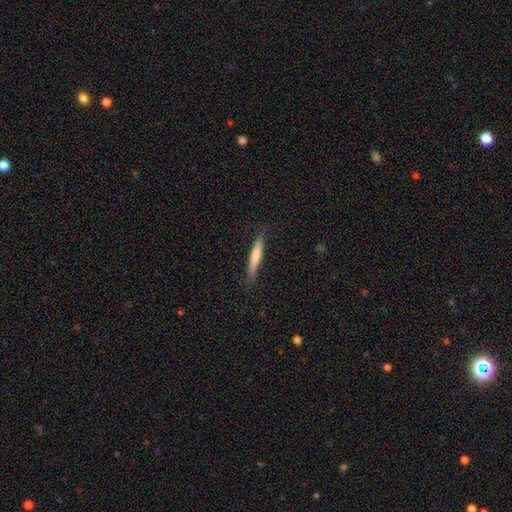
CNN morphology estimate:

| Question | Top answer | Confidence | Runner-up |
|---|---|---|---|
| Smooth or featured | smooth | 73% | featured or disk (22%) |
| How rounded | cigar-shaped | 92% | in between (7%) |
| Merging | none | 85% | minor disturbance (12%) |